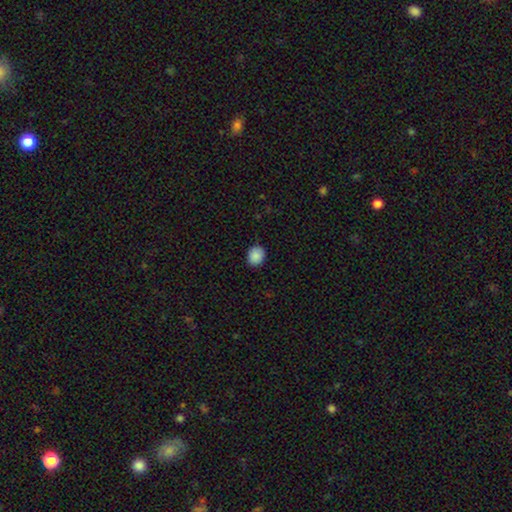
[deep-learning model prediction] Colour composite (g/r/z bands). It shows a smooth galaxy with no disk features (89%) that is round (59%). Merging: none (88%).